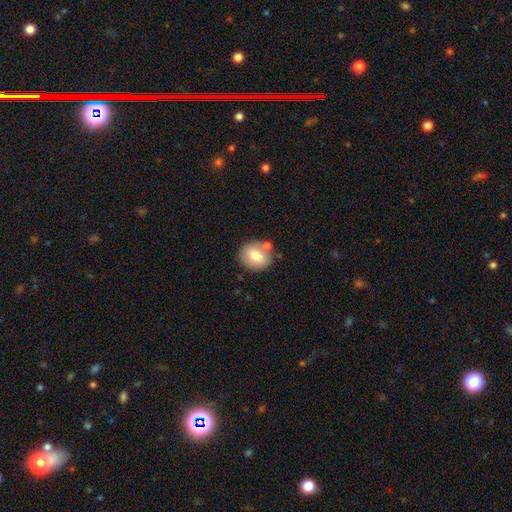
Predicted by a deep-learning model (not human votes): Morphology: type=smooth (73%); roundness=round (76%); merging=none (73%).